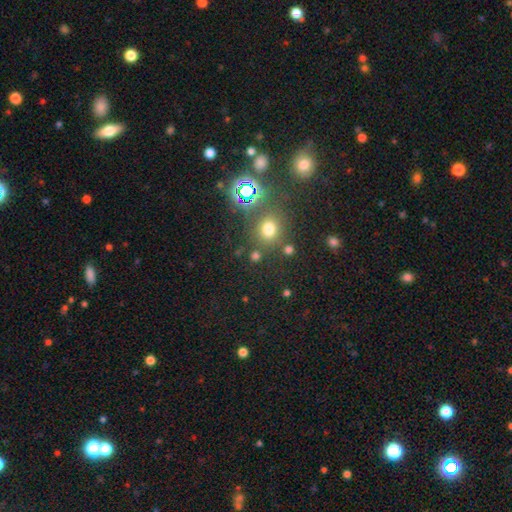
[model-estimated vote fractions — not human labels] smooth-or-featured: smooth: 59% | star or artifact: 34% | featured or disk: 7%
  how-rounded: round: 82% | in between: 16% | cigar-shaped: 1%
  merging: none: 78% | merger: 9% | minor disturbance: 9% | major disturbance: 4%